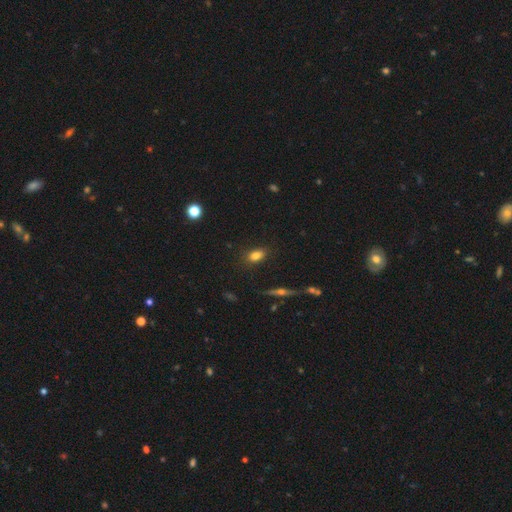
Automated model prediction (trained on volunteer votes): Smooth or featured?
  - smooth: 80% *
  - star or artifact: 10%
  - featured or disk: 9%
How rounded?
  - in between: 78% *
  - round: 17%
  - cigar-shaped: 4%
Merging?
  - none: 84% *
  - minor disturbance: 11%
  - major disturbance: 3%
  - merger: 2%